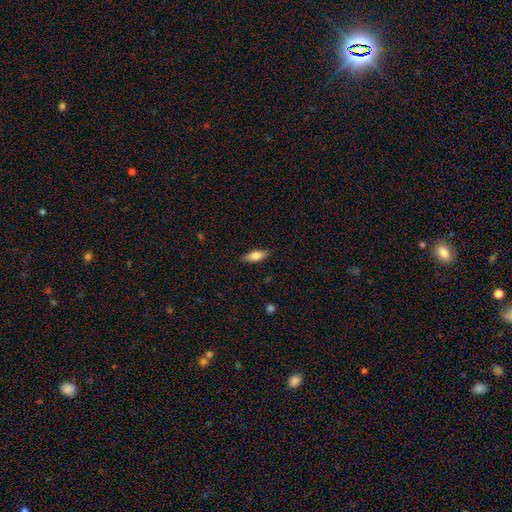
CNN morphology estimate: type=smooth (69%); roundness=in between (69%); merging=none (87%).